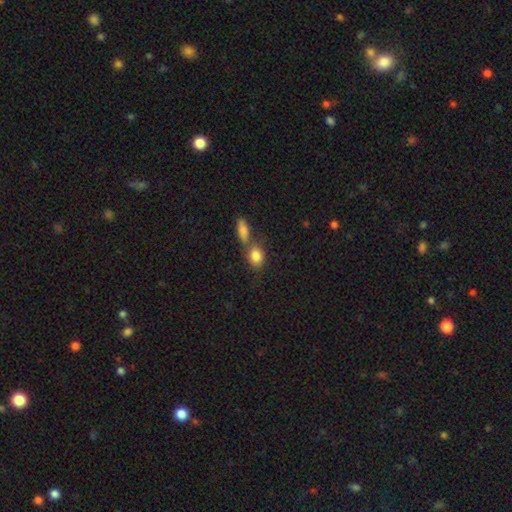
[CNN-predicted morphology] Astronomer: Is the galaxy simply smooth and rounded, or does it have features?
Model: smooth — 84%.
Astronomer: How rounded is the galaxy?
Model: in between — 55% (runner-up: round, 42%).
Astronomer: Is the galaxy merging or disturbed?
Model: none — 47% (runner-up: merger, 38%).